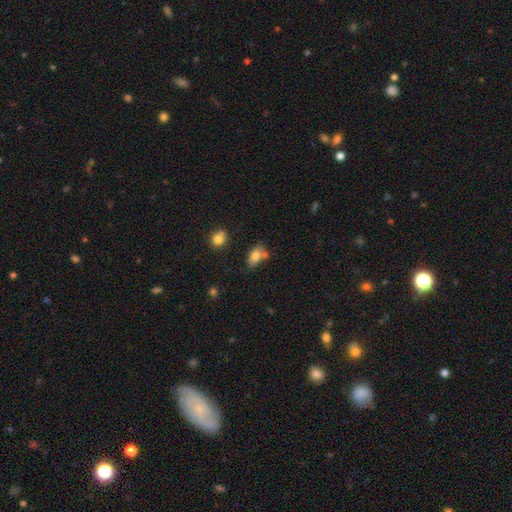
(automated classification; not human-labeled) smooth 77%, featured or disk 13%, star or artifact 10%. Down the decision tree: how rounded — in between (84%); merging — none (49%).